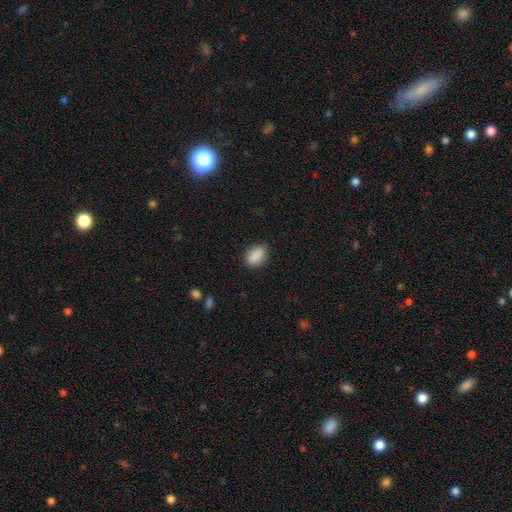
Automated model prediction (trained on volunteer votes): Smooth or featured? smooth (89%)
How rounded? in between (82%)
Merging? none (84%)